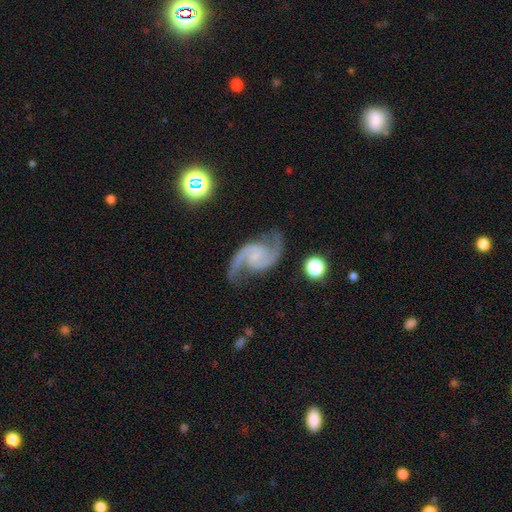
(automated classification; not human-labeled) A featured or disk galaxy (92%) with no bar (55%), 2 (94%) medium (53%) spiral arms (98%) and a small central bulge (43%).

Vote fractions:
- Smooth or featured? featured or disk: 92% / star or artifact: 5% / smooth: 3%
- Edge-on disk? no: 98% / yes: 2%
- Bar? no: 55% / weak: 36% / strong: 9%
- Spiral arms? yes: 98% / no: 2%
- Spiral winding? medium: 53% / loose: 36% / tight: 11%
- Spiral arm count? 2: 94% / can't tell: 1% / 3: 1% / 1: 1% / 4: 1% / more than 4: 1%
- Bulge size? small: 43% / none: 42% / moderate: 12% / large: 2% / dominant: 1%
- Merging? none: 78% / minor disturbance: 14% / major disturbance: 6% / merger: 2%